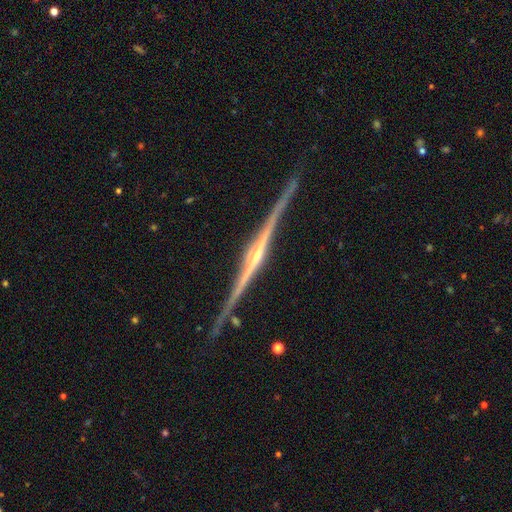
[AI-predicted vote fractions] smooth-or-featured: featured or disk: 90% | star or artifact: 5% | smooth: 5%
  disk-edge-on: yes: 98% | no: 2%
    edge-on-bulge: rounded: 79% | none: 12% | boxy: 9%
  merging: none: 85% | minor disturbance: 11% | major disturbance: 2% | merger: 2%